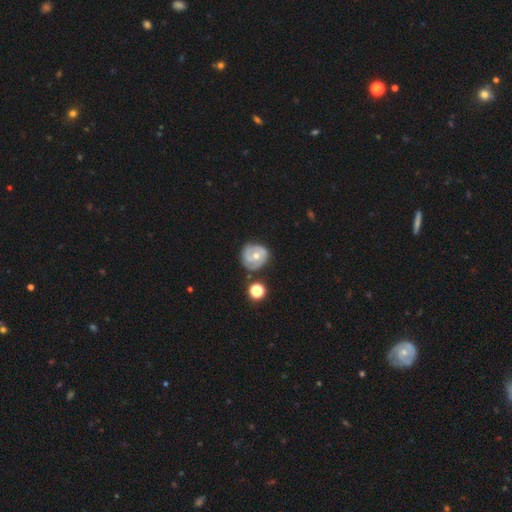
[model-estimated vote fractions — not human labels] Morphology: type=featured or disk (65%); edge-on=no (97%); bar=no (70%); spiral arms=yes (79%); winding=tight (63%); arm count=2 (45%); bulge=moderate (67%); merging=none (69%).